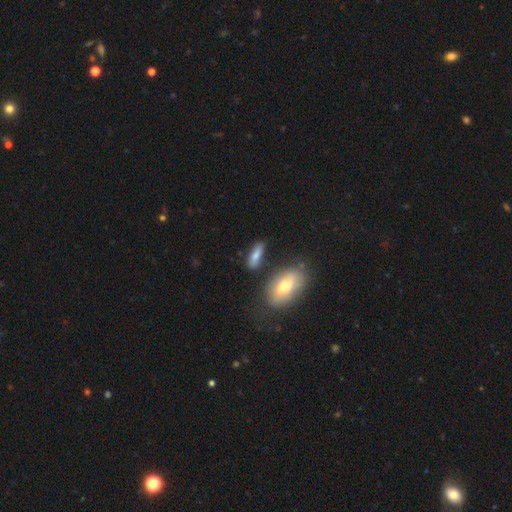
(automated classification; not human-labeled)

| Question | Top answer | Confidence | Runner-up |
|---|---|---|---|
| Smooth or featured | smooth | 75% | featured or disk (17%) |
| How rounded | in between | 57% | cigar-shaped (39%) |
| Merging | none | 69% | minor disturbance (17%) |